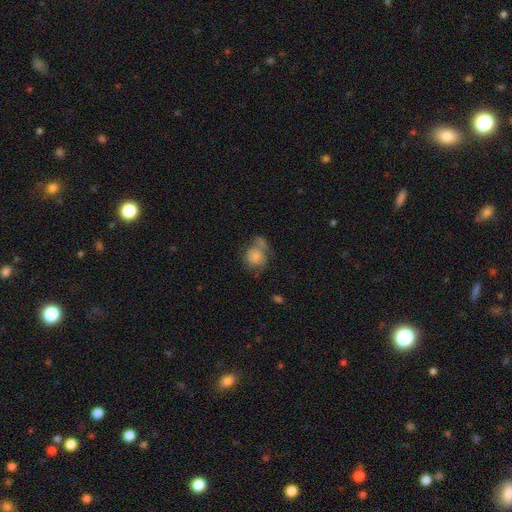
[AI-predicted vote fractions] smooth-or-featured: smooth: 63% | featured or disk: 29% | star or artifact: 8%
  how-rounded: round: 67% | in between: 31% | cigar-shaped: 1%
  merging: none: 32% | merger: 25% | minor disturbance: 22% | major disturbance: 20%